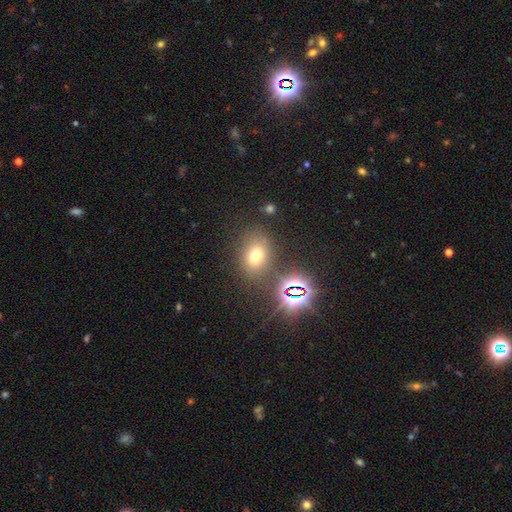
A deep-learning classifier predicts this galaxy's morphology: Smooth or featured?
  - smooth: 63% *
  - star or artifact: 25%
  - featured or disk: 12%
How rounded?
  - in between: 57% *
  - round: 41%
  - cigar-shaped: 1%
Merging?
  - none: 76% *
  - minor disturbance: 12%
  - major disturbance: 6%
  - merger: 6%